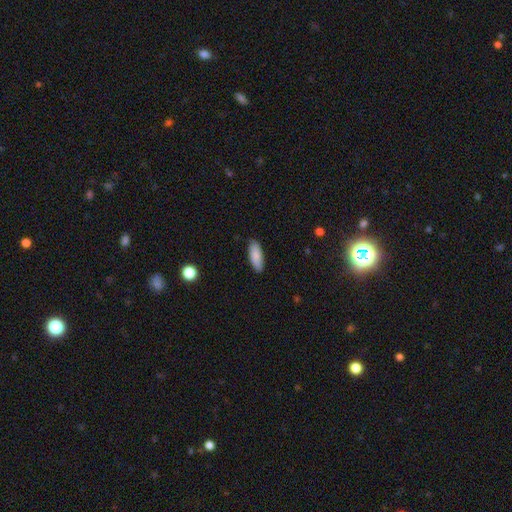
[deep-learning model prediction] smooth 86%, featured or disk 8%, star or artifact 6%. Down the decision tree: how rounded — in between (68%); merging — none (86%).